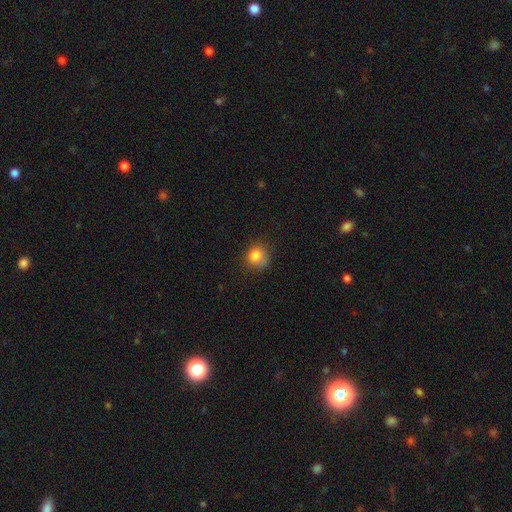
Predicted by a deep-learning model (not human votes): Overall: smooth (83%). How rounded: round (86%). Merging: none (74%).